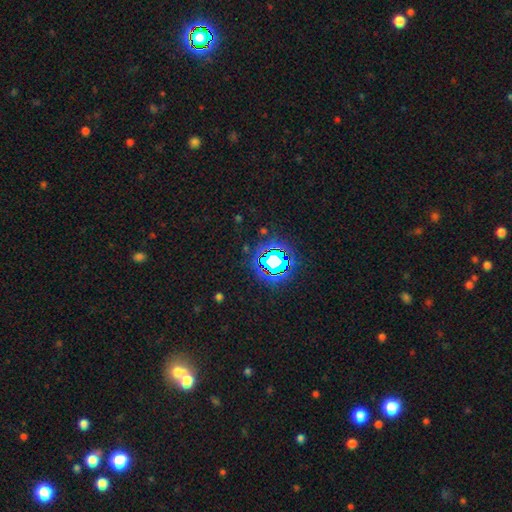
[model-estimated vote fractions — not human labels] Smooth or featured: star or artifact — 79% (smooth — 13%)